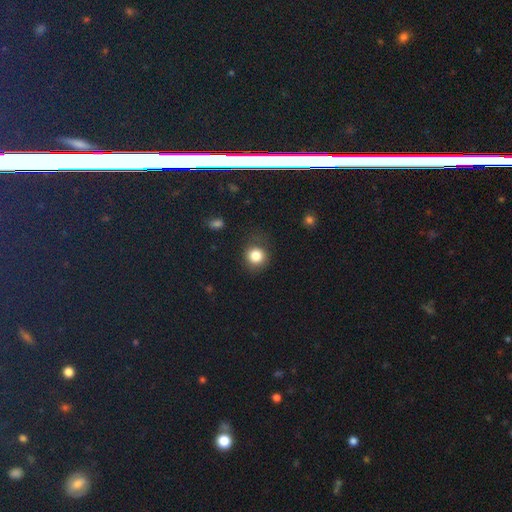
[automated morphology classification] Smooth or featured?
  - smooth: 84% *
  - star or artifact: 11%
  - featured or disk: 6%
How rounded?
  - round: 87% *
  - in between: 12%
  - cigar-shaped: 1%
Merging?
  - none: 78% *
  - minor disturbance: 15%
  - major disturbance: 6%
  - merger: 2%